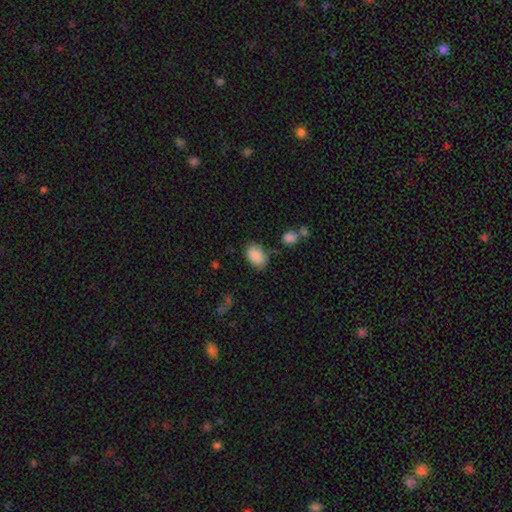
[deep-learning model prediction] smooth 88%, star or artifact 8%, featured or disk 4%. Down the decision tree: how rounded — in between (84%); merging — none (72%).